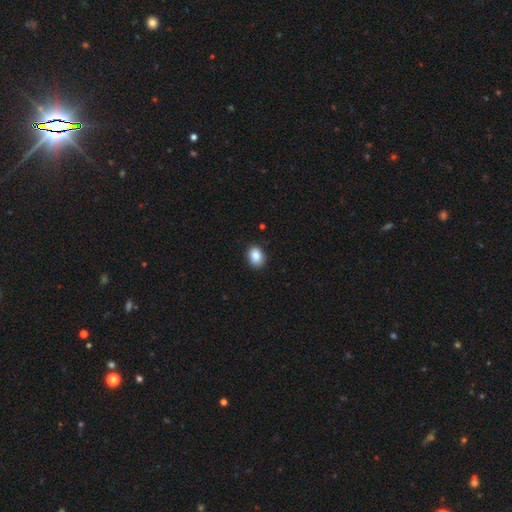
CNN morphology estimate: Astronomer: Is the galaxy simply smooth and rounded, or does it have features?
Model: smooth — 87%.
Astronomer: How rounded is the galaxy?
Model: in between — 58% (runner-up: round, 41%).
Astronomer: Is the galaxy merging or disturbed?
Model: none — 87%.